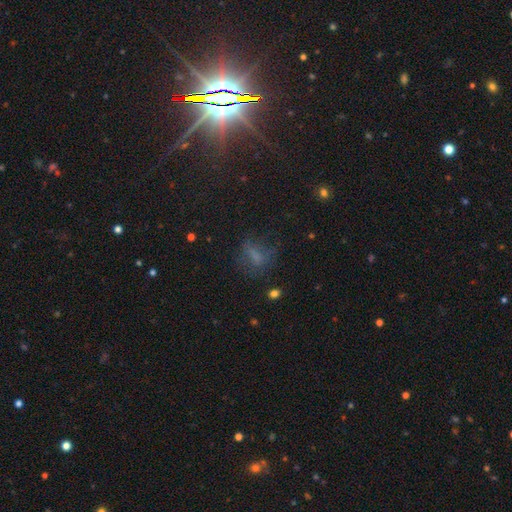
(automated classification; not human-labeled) This is possibly a smooth galaxy (52%). How rounded: possibly in between (60%). Merging: possibly none (50%).